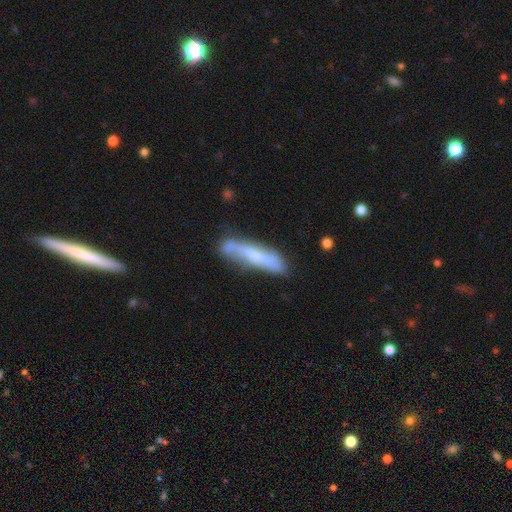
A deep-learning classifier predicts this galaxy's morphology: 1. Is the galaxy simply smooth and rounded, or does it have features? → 54% featured or disk, 40% smooth, 7% star or artifact.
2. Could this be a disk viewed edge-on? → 51% no, 49% yes.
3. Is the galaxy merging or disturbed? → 65% none, 23% minor disturbance, 7% major disturbance, 5% merger.